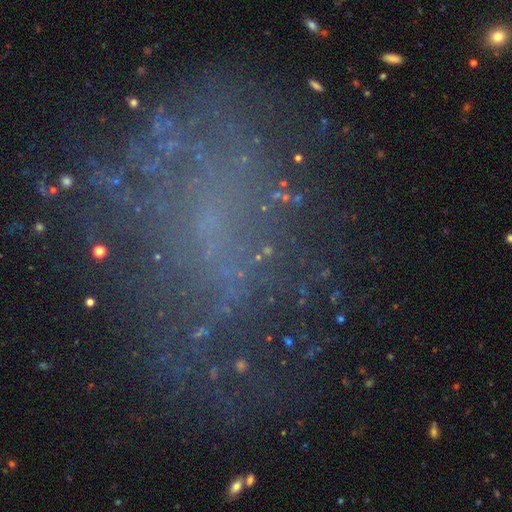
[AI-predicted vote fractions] This is marginally a featured or disk galaxy (45%). Merging: possibly none (53%).